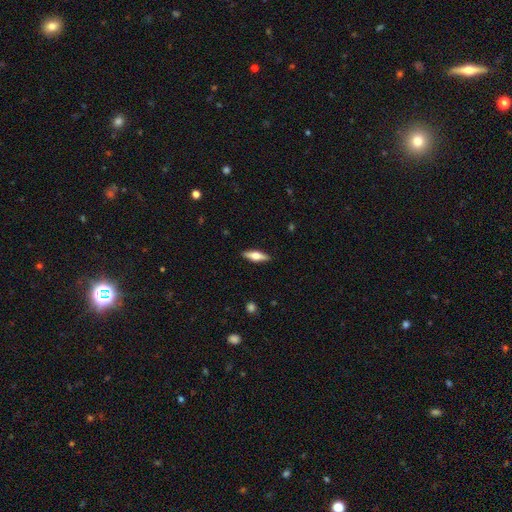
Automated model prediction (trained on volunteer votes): smooth-or-featured: featured or disk: 51% | smooth: 43% | star or artifact: 6%
  disk-edge-on: yes: 94% | no: 6%
  merging: none: 90% | minor disturbance: 8% | major disturbance: 2% | merger: 1%